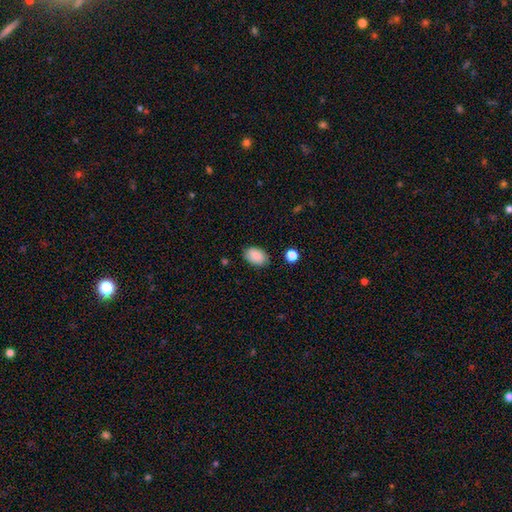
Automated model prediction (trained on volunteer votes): smooth-or-featured: smooth: 88% | star or artifact: 7% | featured or disk: 5%
  how-rounded: in between: 88% | round: 11% | cigar-shaped: 1%
  merging: none: 81% | minor disturbance: 14% | major disturbance: 3% | merger: 2%